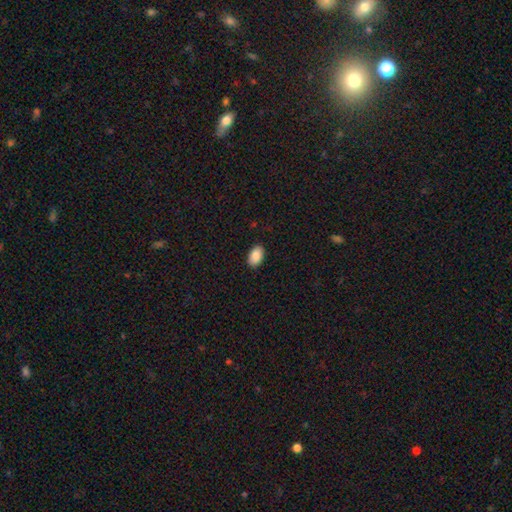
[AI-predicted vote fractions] Overall: smooth (89%). How rounded: in between (93%). Merging: none (89%).